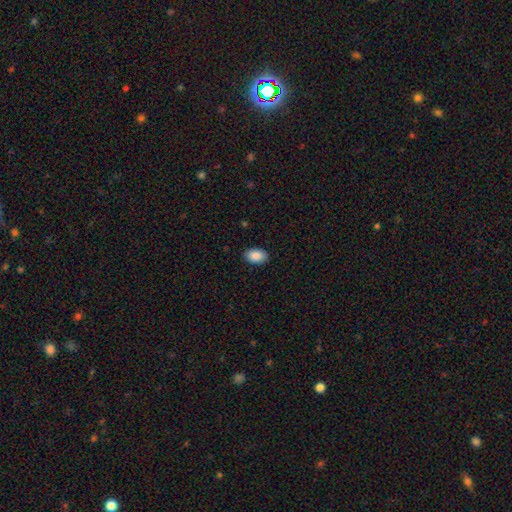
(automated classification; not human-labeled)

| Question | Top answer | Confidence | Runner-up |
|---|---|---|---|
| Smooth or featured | smooth | 88% | star or artifact (7%) |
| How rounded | in between | 90% | round (8%) |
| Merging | none | 89% | minor disturbance (8%) |